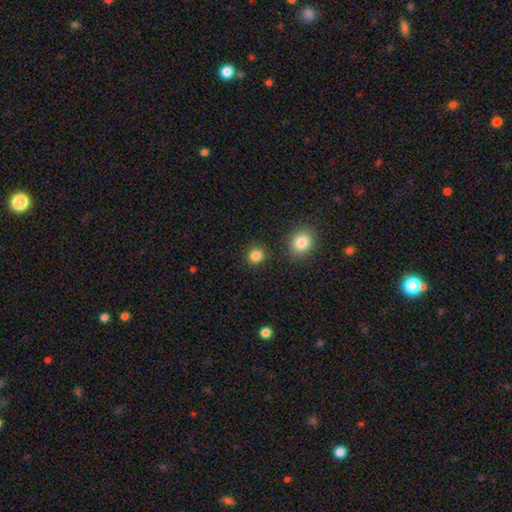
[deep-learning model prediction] smooth_or_featured: smooth (p=0.85) [alt: star or artifact p=0.12]
how_rounded: round (p=0.87) [alt: in between p=0.12]
merging: none (p=0.88) [alt: minor disturbance p=0.06]